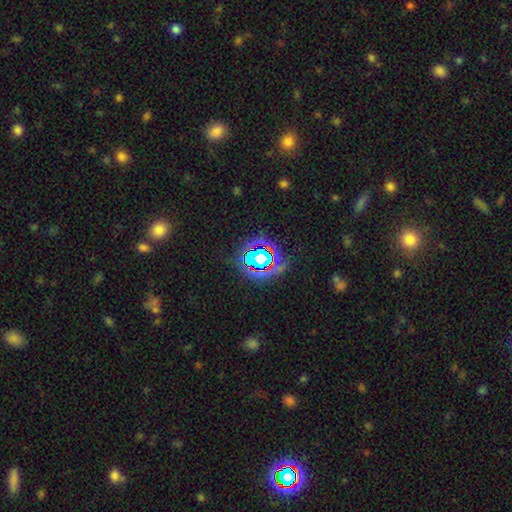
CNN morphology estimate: Smooth or featured: star or artifact — 73% (smooth — 16%)